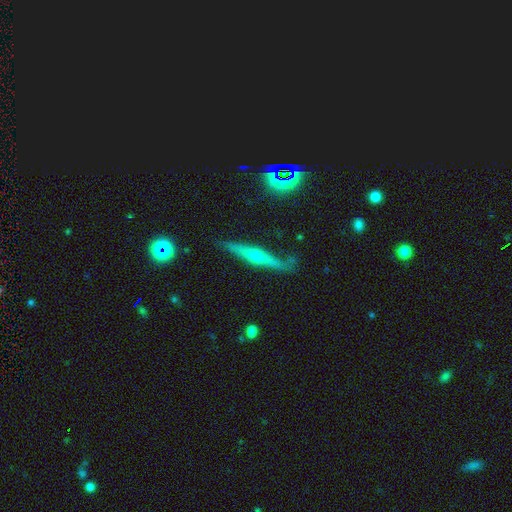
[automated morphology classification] A featured or disk galaxy (70%) viewed edge-on (95%) with a rounded central bulge (90%). Merging: none (80%).